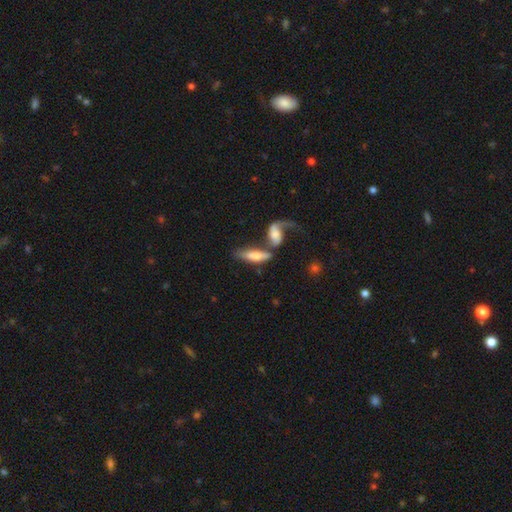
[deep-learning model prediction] smooth-or-featured: smooth: 53% | featured or disk: 40% | star or artifact: 7%
  how-rounded: cigar-shaped: 49% | in between: 47% | round: 3%
  merging: merger: 46% | none: 32% | minor disturbance: 12% | major disturbance: 10%